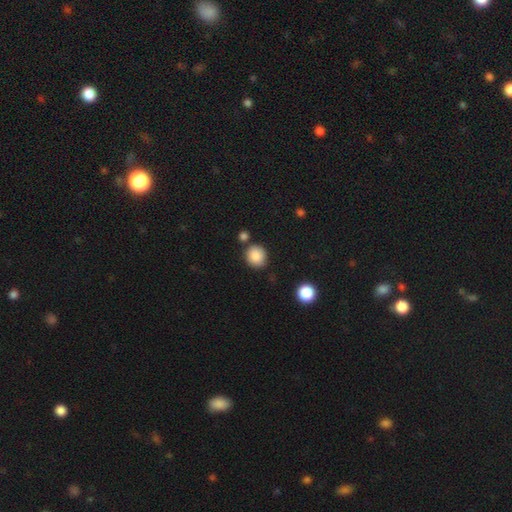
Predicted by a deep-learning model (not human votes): The model was most divided on "how rounded": round: 81%, in between: 18%, cigar-shaped: 1%. More confident: smooth or featured — smooth (87%); merging — none (78%).